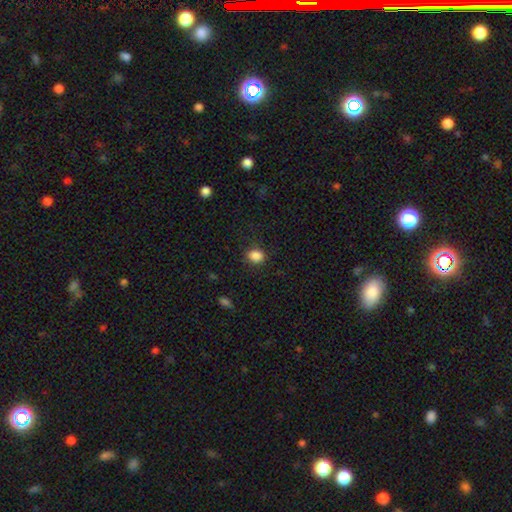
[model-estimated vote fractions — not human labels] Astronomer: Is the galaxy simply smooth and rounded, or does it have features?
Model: smooth — 86%.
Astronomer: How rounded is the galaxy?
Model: round — 54% (runner-up: in between, 45%).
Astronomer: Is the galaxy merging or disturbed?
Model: none — 81%.